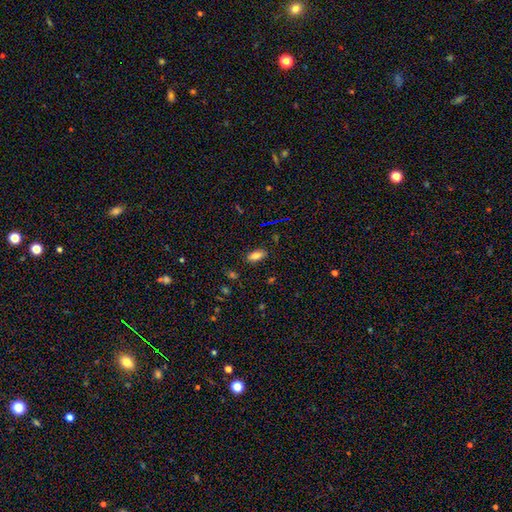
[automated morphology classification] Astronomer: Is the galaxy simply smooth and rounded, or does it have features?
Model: smooth — 77%.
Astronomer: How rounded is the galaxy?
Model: in between — 88%.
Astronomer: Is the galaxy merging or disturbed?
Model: none — 84%.